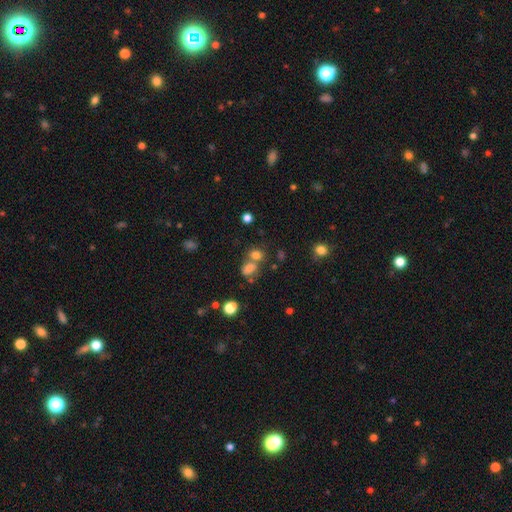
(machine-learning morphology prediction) type=smooth (74%); roundness=in between (50%); merging=none (44%).